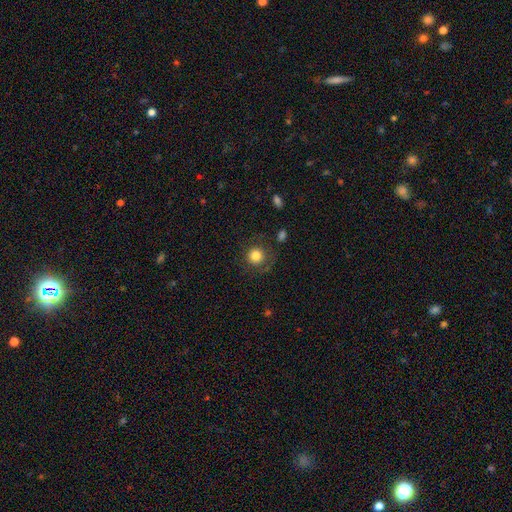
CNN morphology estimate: The model was most divided on "merging": none: 77%, minor disturbance: 13%, major disturbance: 7%, merger: 2%. More confident: how rounded — round (93%); smooth or featured — smooth (82%).